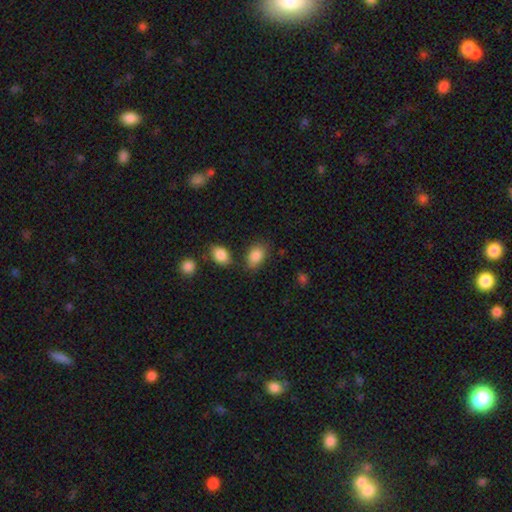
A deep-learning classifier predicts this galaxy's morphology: Overall: smooth (86%). How rounded: in between (85%). Merging: none (72%).